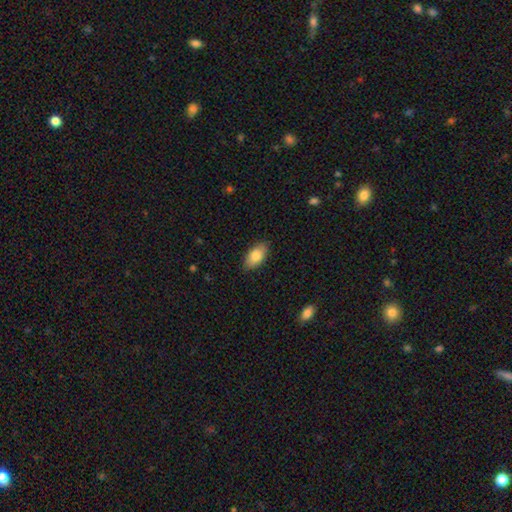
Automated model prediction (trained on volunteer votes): smooth_or_featured: smooth (p=0.82) [alt: featured or disk p=0.11]
how_rounded: in between (p=0.92) [alt: cigar-shaped p=0.04]
merging: none (p=0.84) [alt: minor disturbance p=0.12]